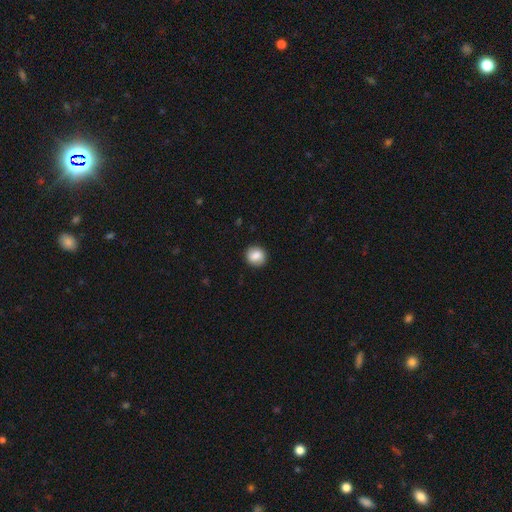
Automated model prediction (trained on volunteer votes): smooth-or-featured: smooth: 82% | featured or disk: 10% | star or artifact: 8%
  how-rounded: round: 83% | in between: 16% | cigar-shaped: 1%
  merging: none: 87% | minor disturbance: 9% | major disturbance: 2% | merger: 1%